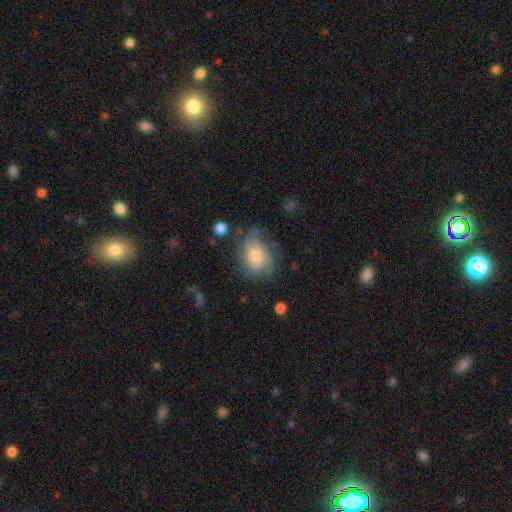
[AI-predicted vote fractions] Q: Smooth or featured?
A: featured or disk (64%); runner-up: smooth (28%)
Q: Edge-on disk?
A: no (97%); runner-up: yes (3%)
Q: Bar?
A: no (74%); runner-up: weak (22%)
Q: Spiral arms?
A: yes (88%); runner-up: no (12%)
Q: Spiral winding?
A: tight (48%); runner-up: medium (37%)
Q: Spiral arm count?
A: can't tell (37%); runner-up: 3 (23%)
Q: Bulge size?
A: moderate (48%); runner-up: small (34%)
Q: Merging?
A: none (60%); runner-up: minor disturbance (24%)